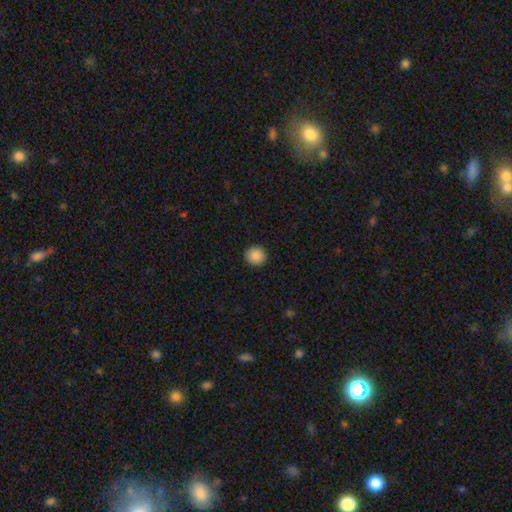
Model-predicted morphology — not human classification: smooth_or_featured: smooth (p=0.89) [alt: star or artifact p=0.08]
how_rounded: round (p=0.93) [alt: in between p=0.06]
merging: none (p=0.93) [alt: minor disturbance p=0.05]